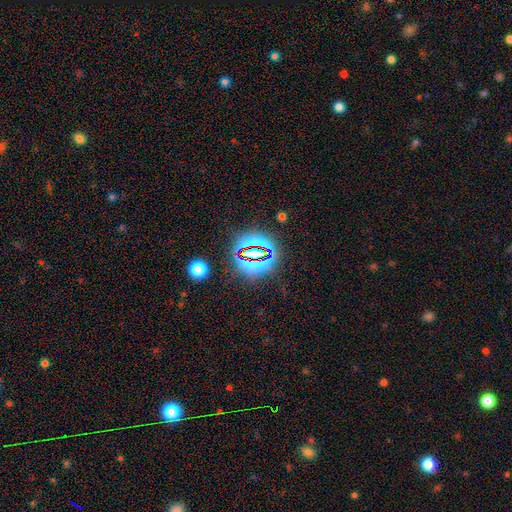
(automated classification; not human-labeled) Smooth or featured? Predicted: star or artifact (p=0.77).